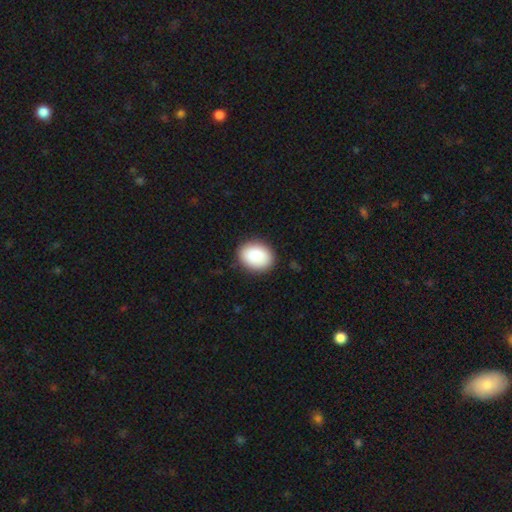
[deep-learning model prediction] Morphology: type=smooth (88%); roundness=in between (61%); merging=none (88%).